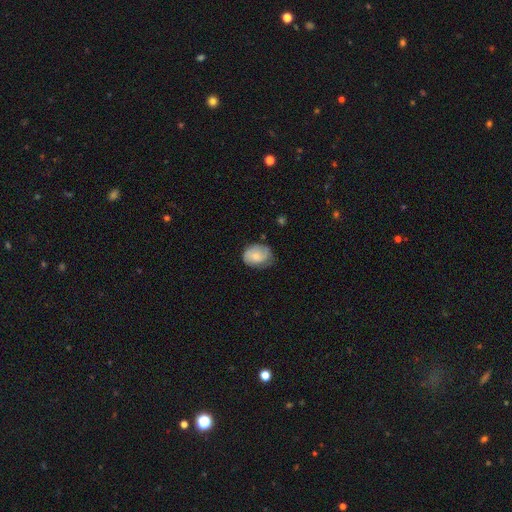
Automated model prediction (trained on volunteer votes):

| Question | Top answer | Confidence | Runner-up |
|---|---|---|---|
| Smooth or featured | smooth | 68% | featured or disk (25%) |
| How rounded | in between | 61% | round (38%) |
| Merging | none | 59% | minor disturbance (31%) |